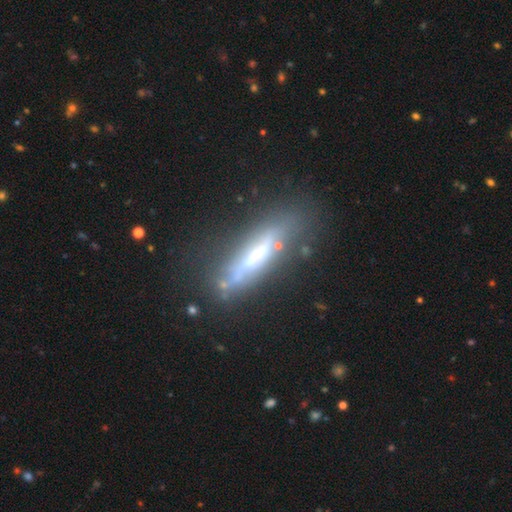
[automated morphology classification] A featured or disk galaxy (64%) viewed edge-on (74%). Merging: none (66%).